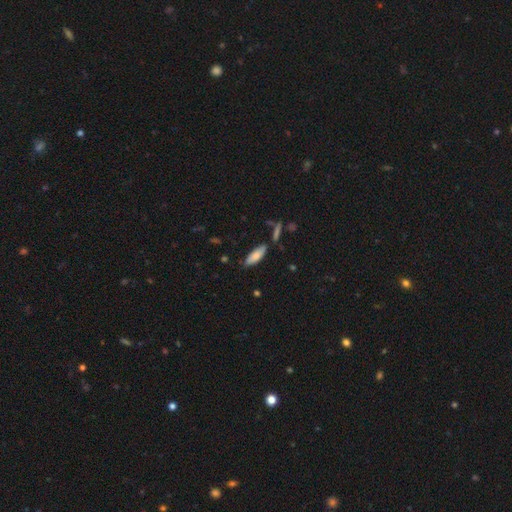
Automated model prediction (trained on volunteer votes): This is likely a smooth galaxy (80%). How rounded: likely in between (62%). Merging: likely none (75%).